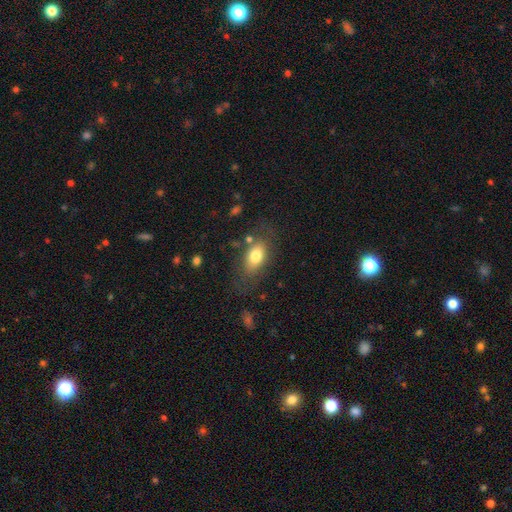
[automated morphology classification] Q: Smooth or featured?
A: smooth (74%); runner-up: featured or disk (18%)
Q: How rounded?
A: in between (87%); runner-up: round (9%)
Q: Merging?
A: none (68%); runner-up: minor disturbance (18%)